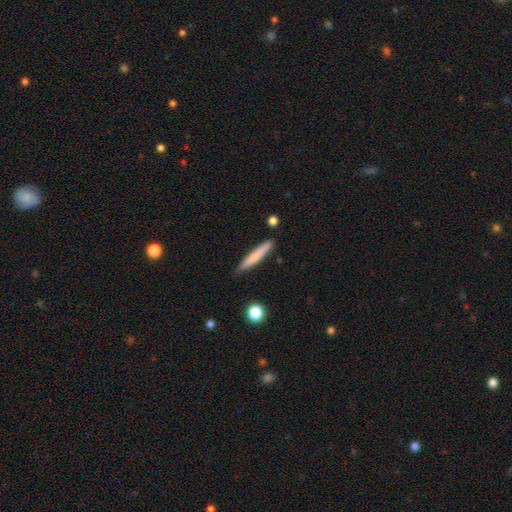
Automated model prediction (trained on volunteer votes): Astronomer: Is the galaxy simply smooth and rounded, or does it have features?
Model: smooth — 71%.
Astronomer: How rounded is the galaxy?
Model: cigar-shaped — 94%.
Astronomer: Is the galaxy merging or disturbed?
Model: none — 83%.